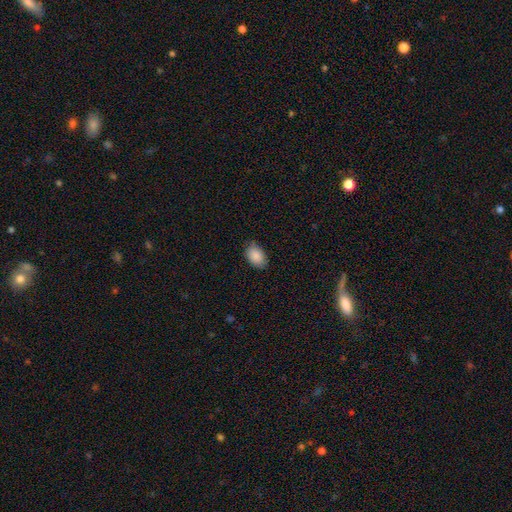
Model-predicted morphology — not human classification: smooth_or_featured: smooth (p=0.89) [alt: star or artifact p=0.07]
how_rounded: in between (p=0.85) [alt: round p=0.13]
merging: none (p=0.79) [alt: minor disturbance p=0.17]